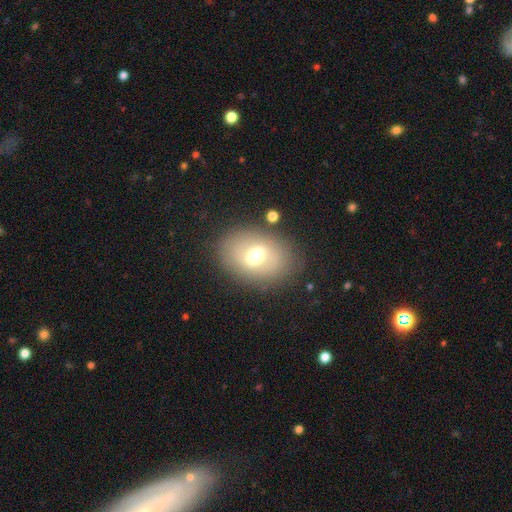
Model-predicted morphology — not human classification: Smooth or featured? Predicted: smooth (p=0.55). How rounded? Predicted: in between (p=0.72). Merging? Predicted: none (p=0.78).